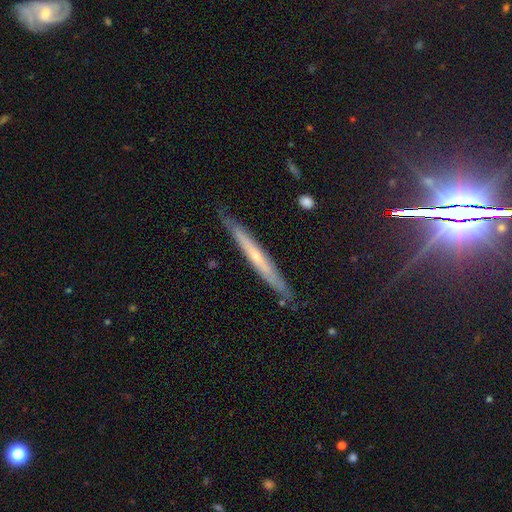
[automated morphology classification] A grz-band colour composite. It shows a featured or disk galaxy (61%) viewed edge-on (92%) with no central bulge (51%). Merging: none (84%).